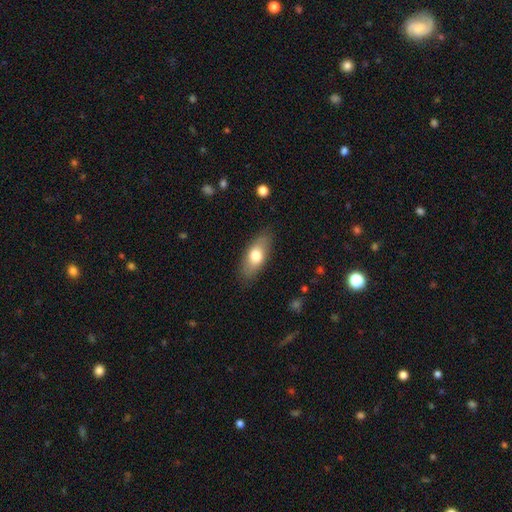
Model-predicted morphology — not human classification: Smooth or featured: smooth — 72% (featured or disk — 22%)
How rounded: in between — 81% (cigar-shaped — 15%)
Merging: none — 84% (minor disturbance — 12%)